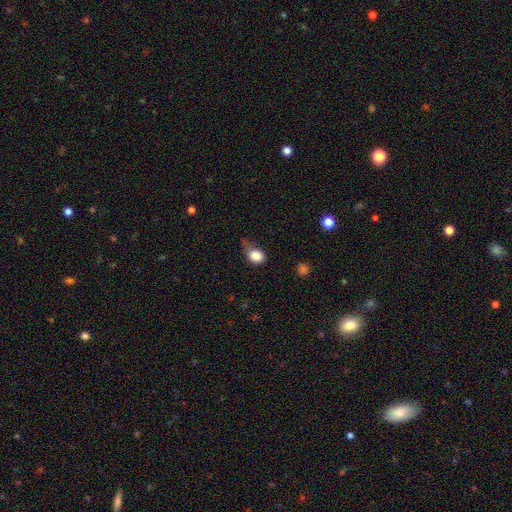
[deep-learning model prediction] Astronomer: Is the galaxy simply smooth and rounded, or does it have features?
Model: smooth — 84%.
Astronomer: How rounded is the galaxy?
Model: round — 51% (runner-up: in between, 47%).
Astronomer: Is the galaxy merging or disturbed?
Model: minor disturbance — 40% (runner-up: none, 35%).